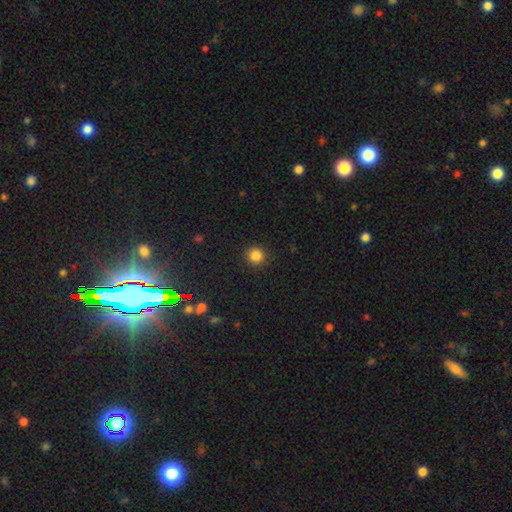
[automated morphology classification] Overall: smooth (85%). How rounded: round (93%). Merging: none (91%).